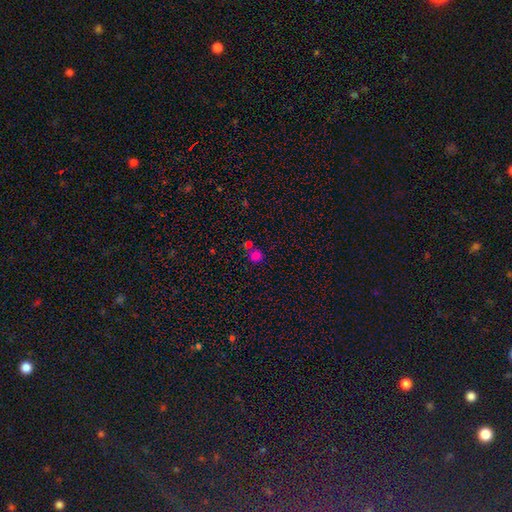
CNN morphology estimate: Smooth or featured?
  - smooth: 76% *
  - star or artifact: 18%
  - featured or disk: 6%
How rounded?
  - round: 86% *
  - in between: 13%
  - cigar-shaped: 1%
Merging?
  - none: 58% *
  - merger: 30%
  - minor disturbance: 9%
  - major disturbance: 4%